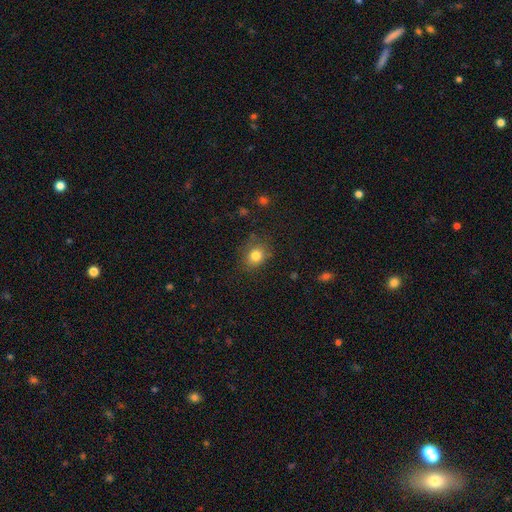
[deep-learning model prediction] Smooth or featured? Predicted: smooth (p=0.81). How rounded? Predicted: round (p=0.60). Merging? Predicted: none (p=0.79).